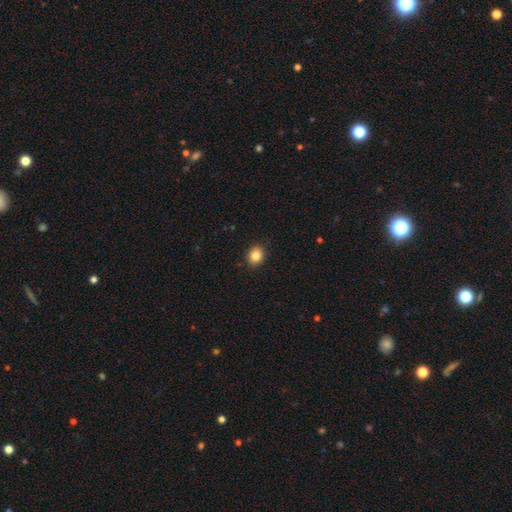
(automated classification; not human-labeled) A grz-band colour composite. It shows a smooth galaxy with no disk features (84%) that is round (60%). Merging: none (90%).